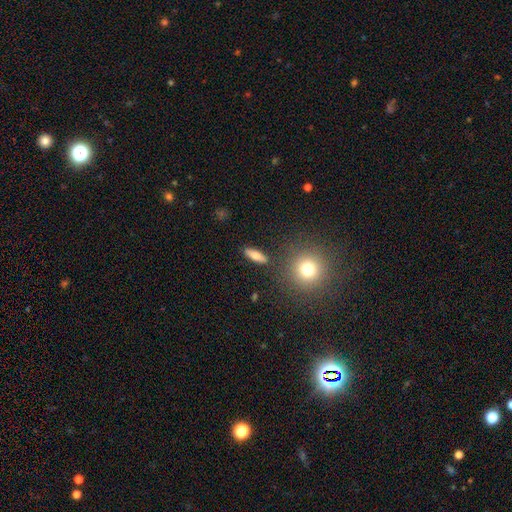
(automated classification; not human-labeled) This appears to be a smooth galaxy with no disk features (74%) that is cigar-shaped (48%). Merging: none (86%).